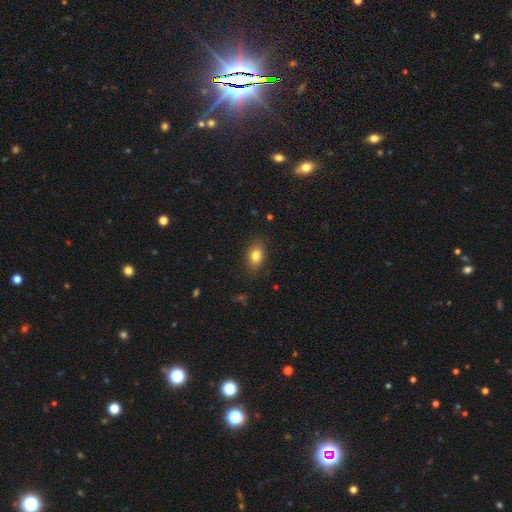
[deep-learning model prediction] smooth_or_featured: smooth (p=0.81) [alt: star or artifact p=0.10]
how_rounded: in between (p=0.78) [alt: round p=0.20]
merging: none (p=0.84) [alt: minor disturbance p=0.12]